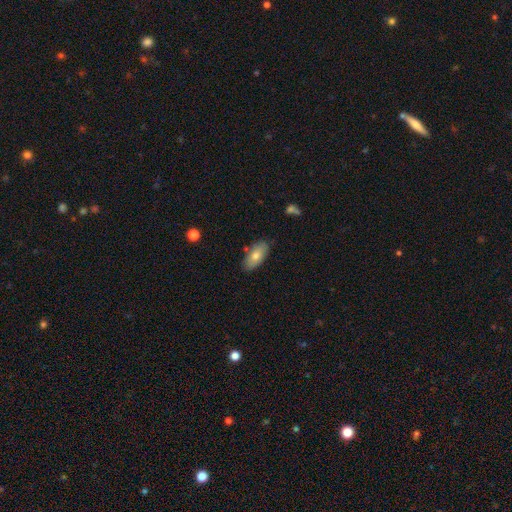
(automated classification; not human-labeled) A smooth galaxy with no disk features (74%) that is in between round and cigar-shaped (91%).

Vote fractions:
- Smooth or featured? smooth: 74% / featured or disk: 20% / star or artifact: 7%
- How rounded? in between: 91% / cigar-shaped: 6% / round: 3%
- Merging? none: 82% / minor disturbance: 13% / merger: 3% / major disturbance: 2%